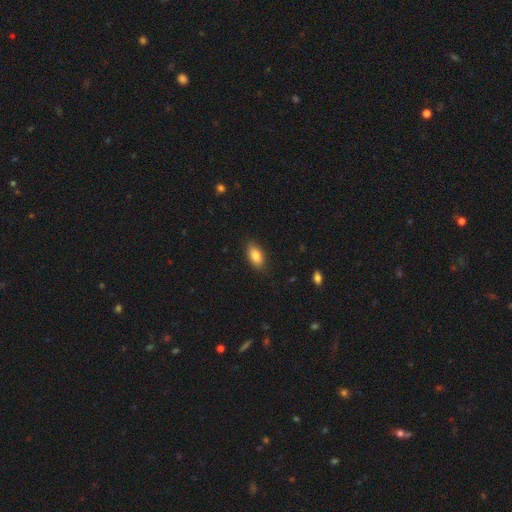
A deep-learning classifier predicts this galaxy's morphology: A smooth galaxy with no disk features (84%) that is in between round and cigar-shaped (89%).

Vote fractions:
- Smooth or featured? smooth: 84% / featured or disk: 8% / star or artifact: 7%
- How rounded? in between: 89% / cigar-shaped: 6% / round: 4%
- Merging? none: 85% / minor disturbance: 11% / major disturbance: 2% / merger: 1%